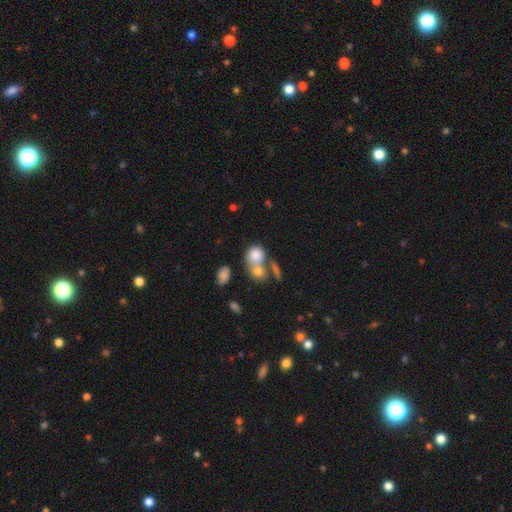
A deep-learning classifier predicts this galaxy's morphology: type=smooth (78%); roundness=round (61%); merging=merger (53%).